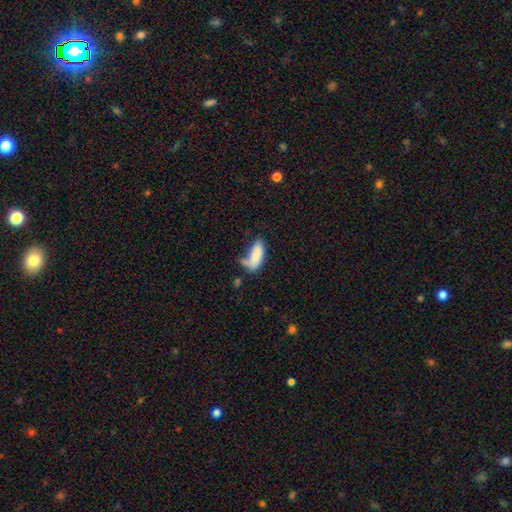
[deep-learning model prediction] A smooth galaxy with no disk features (80%) that is in between round and cigar-shaped (79%).

Vote fractions:
- Smooth or featured? smooth: 80% / featured or disk: 13% / star or artifact: 7%
- How rounded? in between: 79% / cigar-shaped: 19% / round: 2%
- Merging? none: 37% / minor disturbance: 26% / major disturbance: 20% / merger: 17%